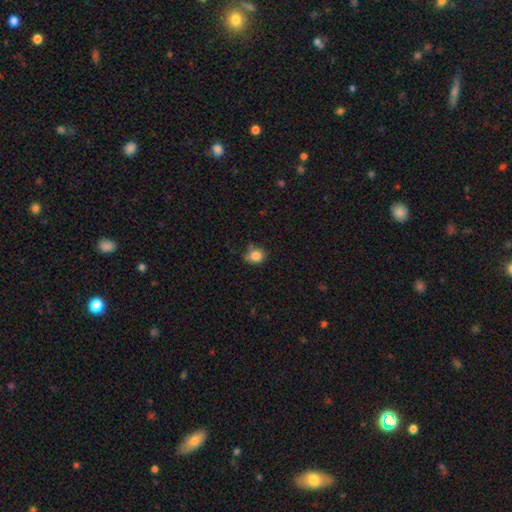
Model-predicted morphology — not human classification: smooth 84%, star or artifact 10%, featured or disk 6%. Down the decision tree: how rounded — round (67%); merging — none (65%).